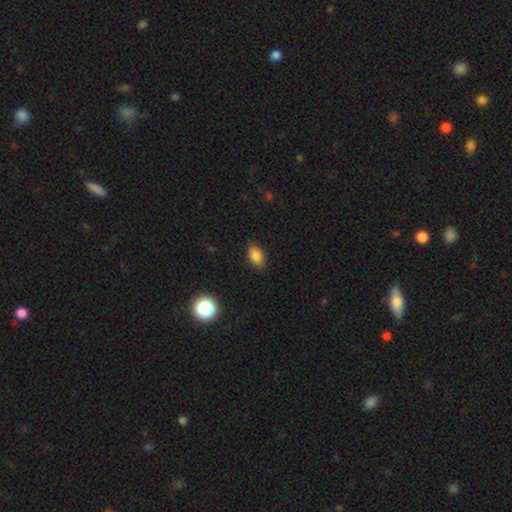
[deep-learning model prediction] Smooth or featured? smooth (83%)
How rounded? in between (89%)
Merging? none (87%)